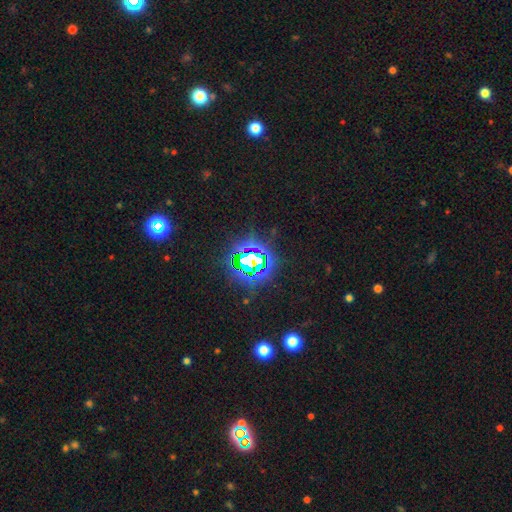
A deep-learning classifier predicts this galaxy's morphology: Smooth or featured?
  - star or artifact: 79% *
  - smooth: 11%
  - featured or disk: 10%